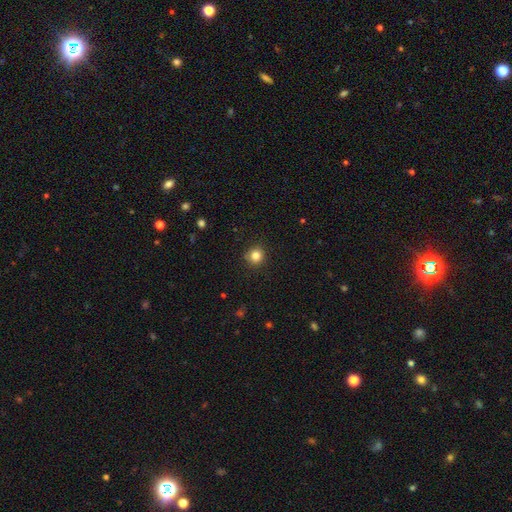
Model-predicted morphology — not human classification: smooth 83%, star or artifact 12%, featured or disk 5%. Down the decision tree: how rounded — round (92%); merging — none (90%).